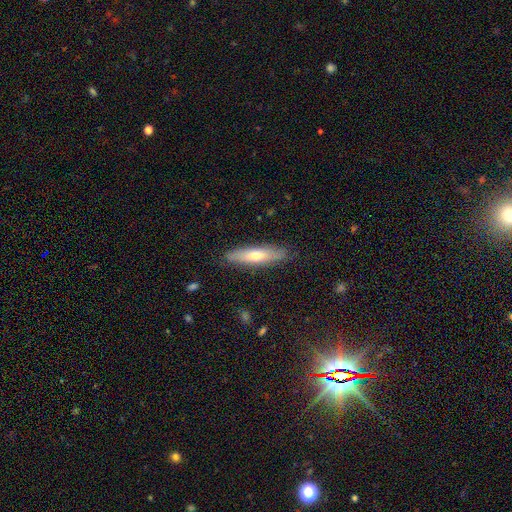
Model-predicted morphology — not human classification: smooth 58%, featured or disk 36%, star or artifact 6%. Down the decision tree: how rounded — cigar-shaped (71%); merging — none (85%).